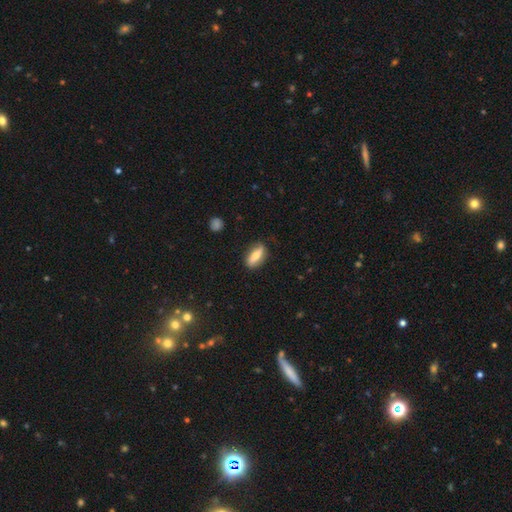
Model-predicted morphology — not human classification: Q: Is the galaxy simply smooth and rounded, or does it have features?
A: smooth — 58%.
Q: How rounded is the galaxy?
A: in between — 65%.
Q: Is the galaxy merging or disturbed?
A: none — 83%.